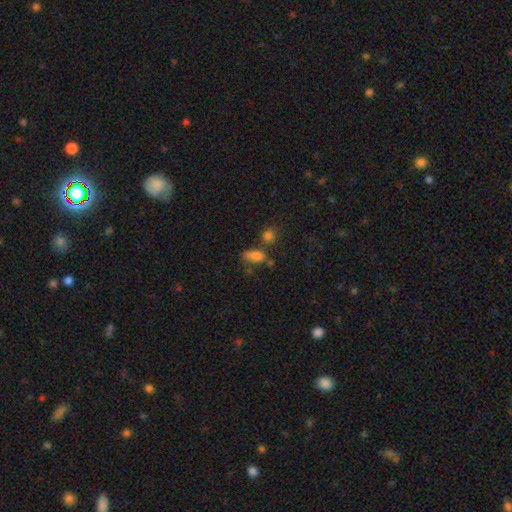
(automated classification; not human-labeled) This is likely a smooth galaxy (77%). How rounded: likely in between (80%). Merging: marginally none (44%).